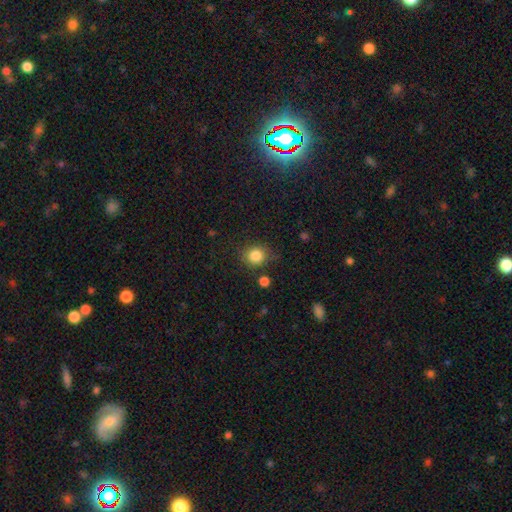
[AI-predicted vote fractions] smooth_or_featured: smooth (p=0.84) [alt: star or artifact p=0.11]
how_rounded: round (p=0.83) [alt: in between p=0.16]
merging: none (p=0.80) [alt: minor disturbance p=0.12]